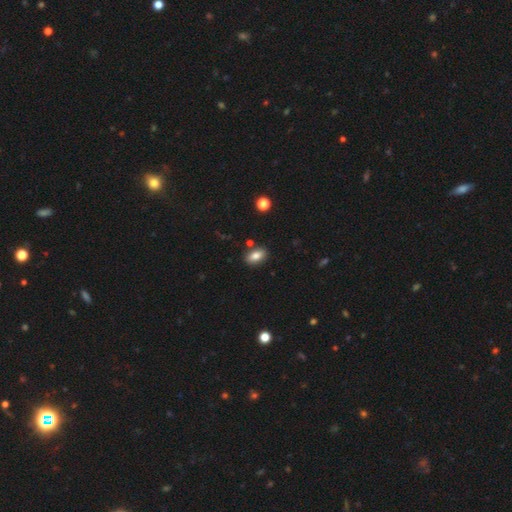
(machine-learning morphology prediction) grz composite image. It shows a smooth galaxy with no disk features (81%) that is in between round and cigar-shaped (88%). Merging: none (83%).